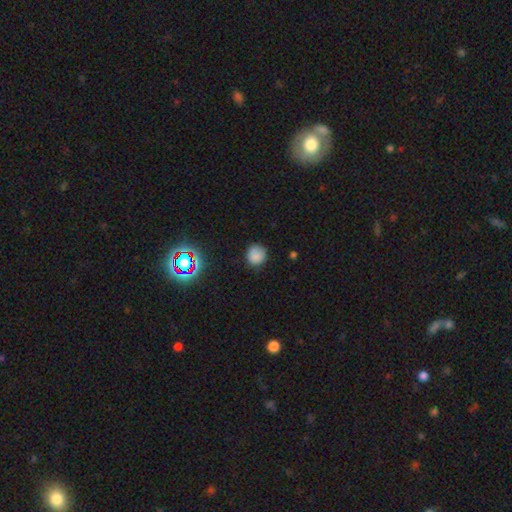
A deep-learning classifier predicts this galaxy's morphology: smooth_or_featured: smooth (p=0.80) [alt: star or artifact p=0.14]
how_rounded: round (p=0.92) [alt: in between p=0.07]
merging: none (p=0.82) [alt: minor disturbance p=0.14]